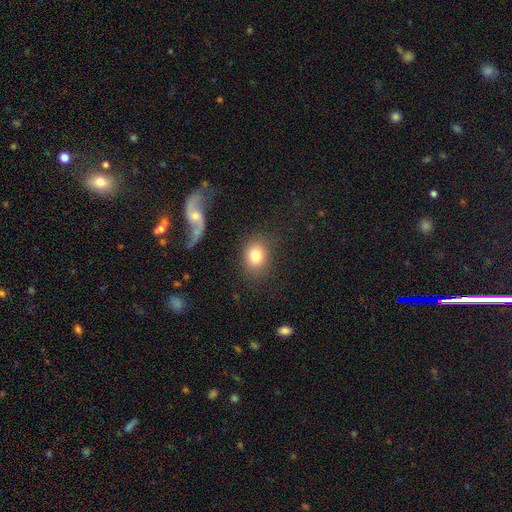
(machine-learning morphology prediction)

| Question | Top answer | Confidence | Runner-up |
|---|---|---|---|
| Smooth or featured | smooth | 80% | featured or disk (10%) |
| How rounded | round | 58% | in between (41%) |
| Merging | none | 80% | minor disturbance (11%) |